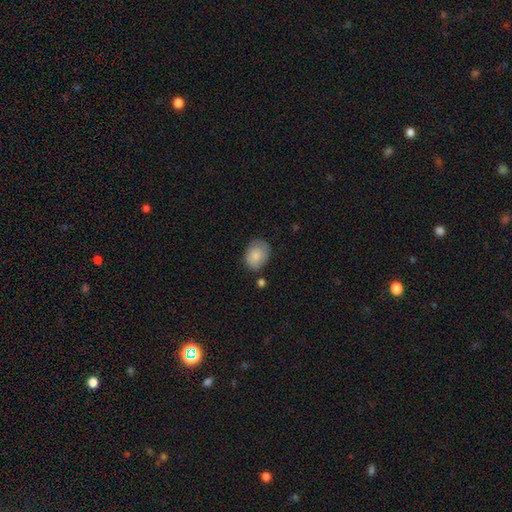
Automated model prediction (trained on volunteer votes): This appears to be a smooth galaxy with no disk features (80%) that is in between round and cigar-shaped (58%). Merging: none (66%).